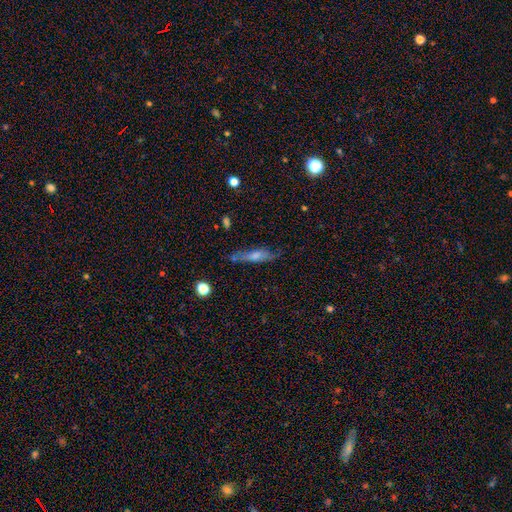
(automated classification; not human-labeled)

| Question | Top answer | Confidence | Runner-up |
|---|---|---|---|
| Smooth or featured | smooth | 59% | featured or disk (33%) |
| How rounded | cigar-shaped | 70% | in between (28%) |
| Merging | none | 61% | minor disturbance (25%) |